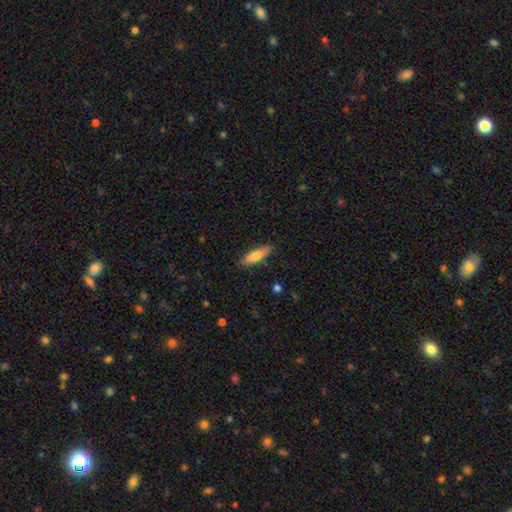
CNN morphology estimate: Overall: smooth (78%). How rounded: in between (52%; cigar-shaped 47%). Merging: none (84%).